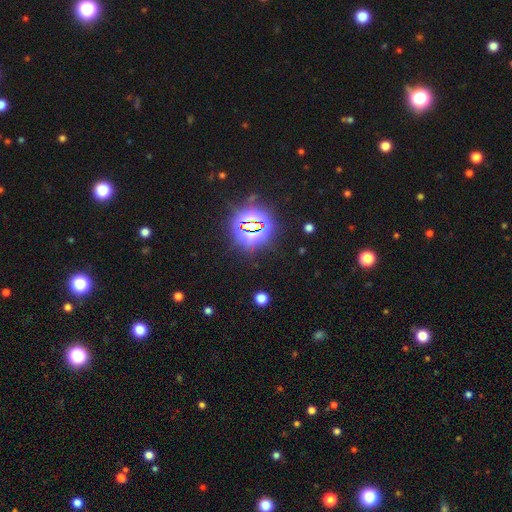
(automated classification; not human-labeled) smooth_or_featured: star or artifact (p=0.77) [alt: smooth p=0.16]